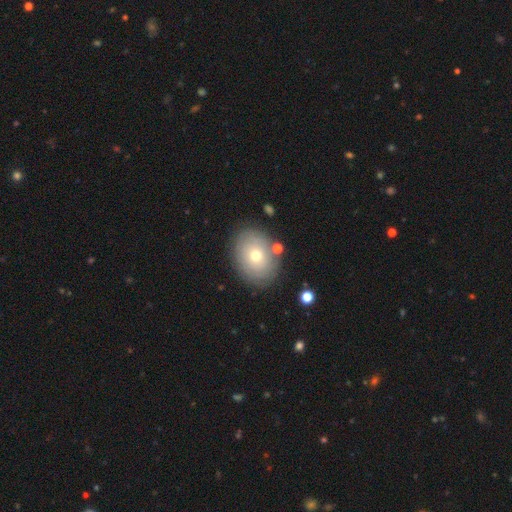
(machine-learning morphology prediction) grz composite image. It shows a smooth galaxy with no disk features (62%) that is in between round and cigar-shaped (56%). Merging: none (82%).